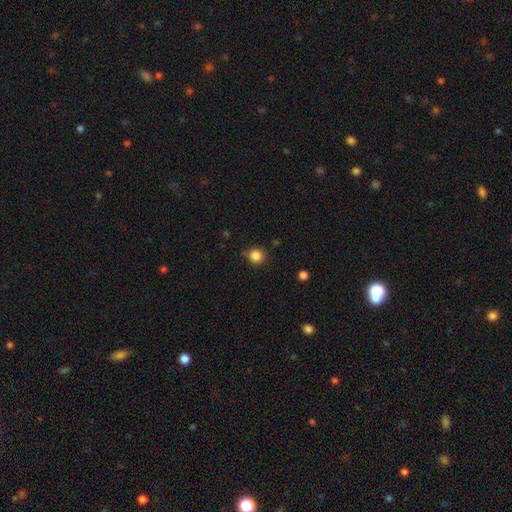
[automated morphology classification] smooth 85%, star or artifact 11%, featured or disk 4%. Down the decision tree: how rounded — round (92%); merging — none (82%).